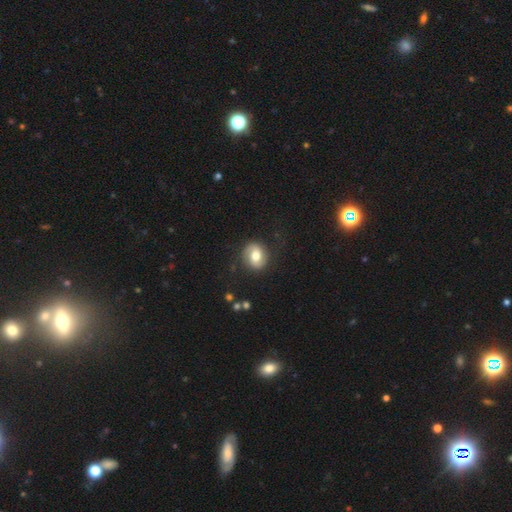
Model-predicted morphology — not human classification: Smooth or featured? smooth (48%)
Merging? none (80%)